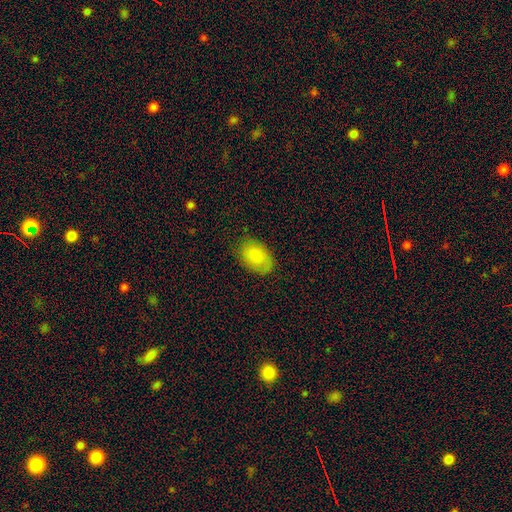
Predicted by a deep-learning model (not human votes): This appears to be a smooth galaxy with no disk features (80%) that is in between round and cigar-shaped (87%). Merging: none (75%).